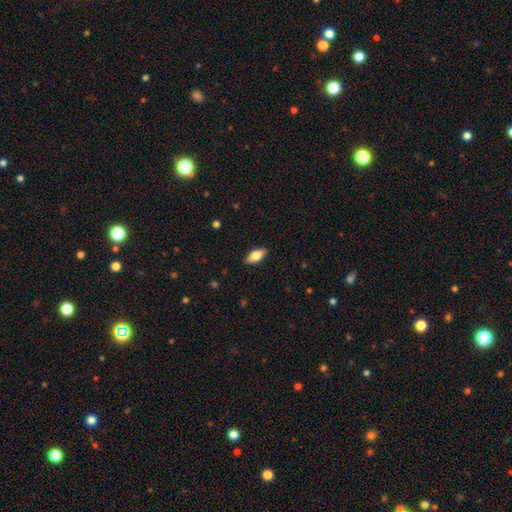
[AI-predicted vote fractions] smooth 71%, featured or disk 23%, star or artifact 6%. Down the decision tree: how rounded — in between (81%); merging — none (89%).